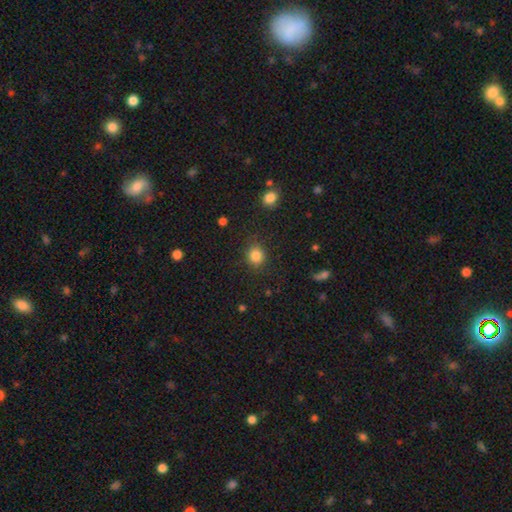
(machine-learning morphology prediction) Smooth or featured?
  - smooth: 83% *
  - star or artifact: 12%
  - featured or disk: 5%
How rounded?
  - round: 79% *
  - in between: 20%
  - cigar-shaped: 1%
Merging?
  - none: 83% *
  - minor disturbance: 11%
  - major disturbance: 4%
  - merger: 2%